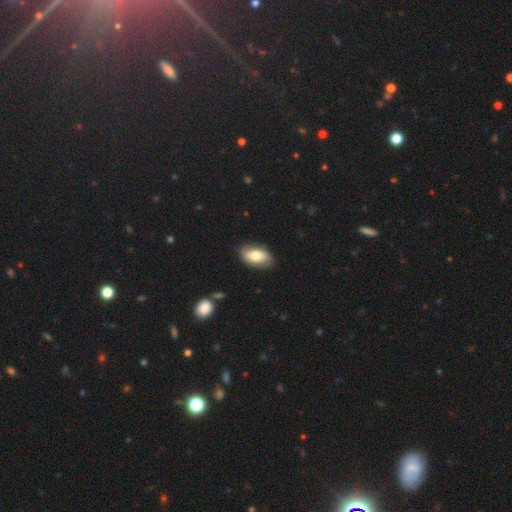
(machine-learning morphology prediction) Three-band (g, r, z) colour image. It shows a smooth galaxy with no disk features (70%) that is in between round and cigar-shaped (93%). Merging: none (79%).